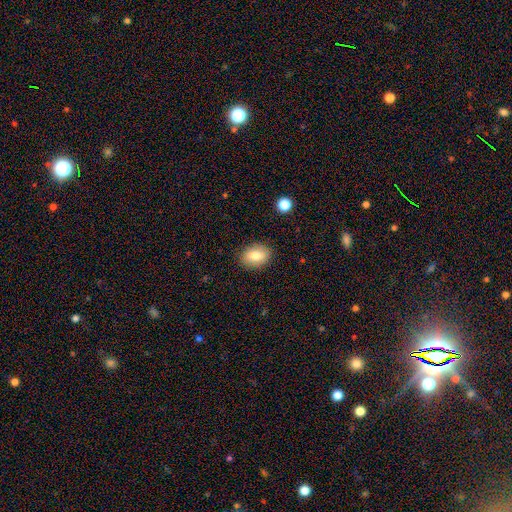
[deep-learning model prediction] Smooth or featured? Predicted: smooth (p=0.79). How rounded? Predicted: in between (p=0.74). Merging? Predicted: none (p=0.87).